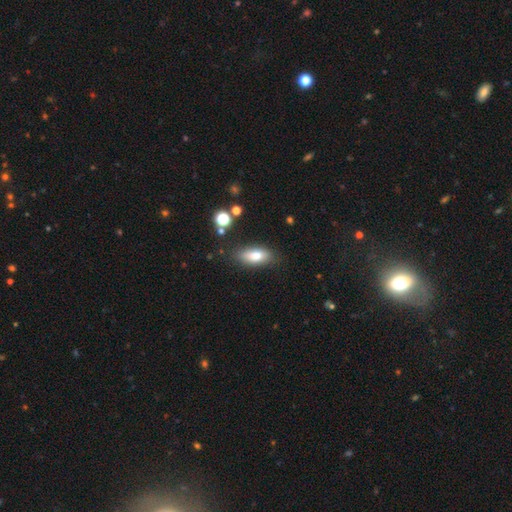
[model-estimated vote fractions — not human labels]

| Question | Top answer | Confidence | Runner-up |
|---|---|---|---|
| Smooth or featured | smooth | 77% | featured or disk (15%) |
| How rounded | in between | 80% | cigar-shaped (16%) |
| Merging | none | 80% | minor disturbance (14%) |